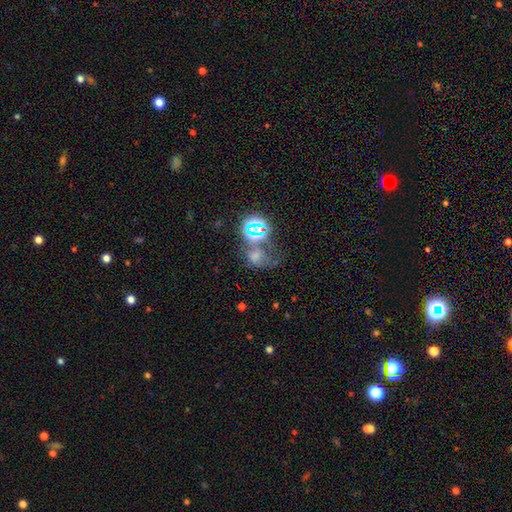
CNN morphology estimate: Q: Smooth or featured?
A: smooth (44%); runner-up: star or artifact (39%)
Q: Merging?
A: none (34%); runner-up: merger (24%)